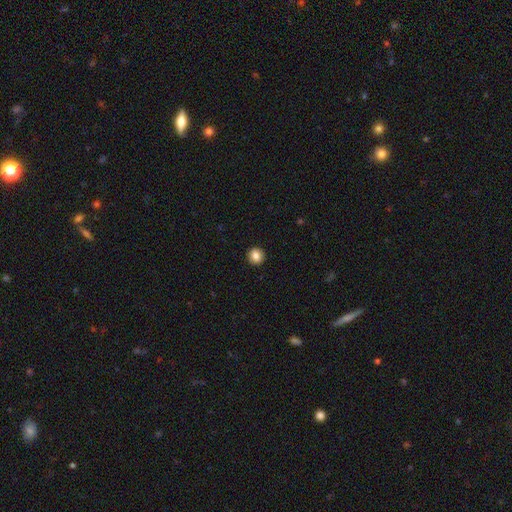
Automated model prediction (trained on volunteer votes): Smooth or featured? Predicted: smooth (p=0.85). How rounded? Predicted: round (p=0.89). Merging? Predicted: none (p=0.93).